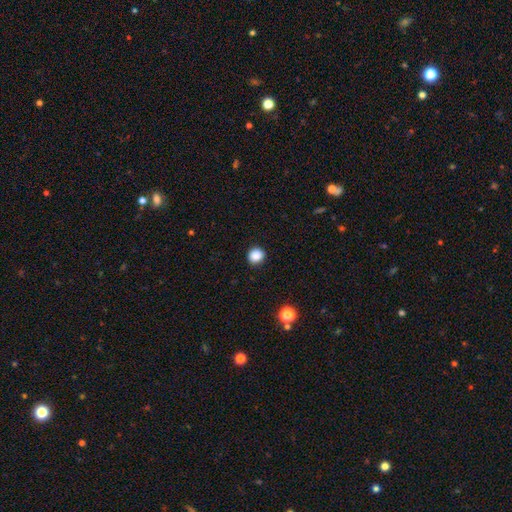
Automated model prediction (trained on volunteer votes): Smooth or featured? Predicted: smooth (p=0.87). How rounded? Predicted: round (p=0.87). Merging? Predicted: none (p=0.90).